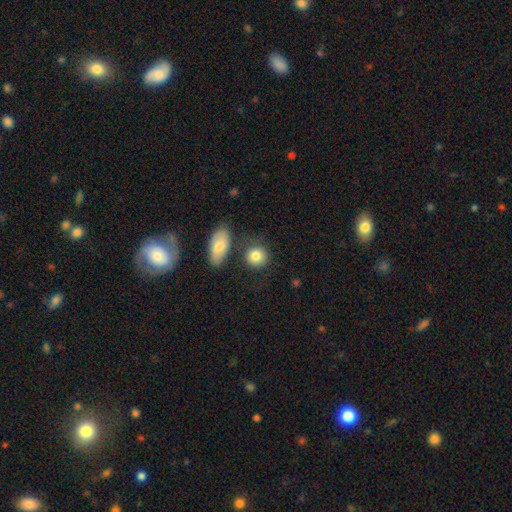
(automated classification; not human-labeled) A smooth galaxy with no disk features (83%) that is round (77%). Merging: none (70%).